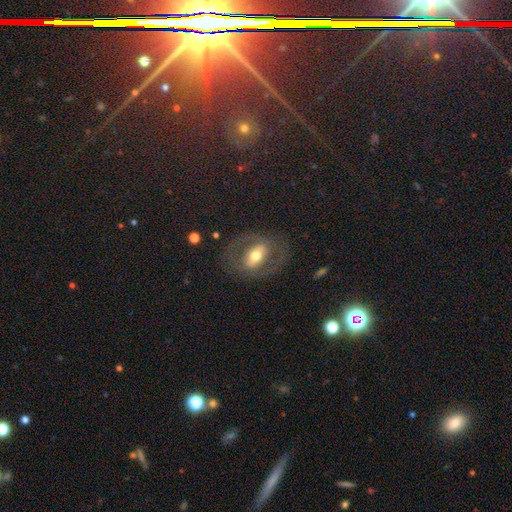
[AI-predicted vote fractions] smooth-or-featured: featured or disk: 60% | smooth: 33% | star or artifact: 7%
  disk-edge-on: no: 91% | yes: 9%
    bar: strong: 39% | no: 32% | weak: 30%
    has-spiral-arms: no: 62% | yes: 38%
    bulge-size: moderate: 67% | large: 19% | small: 12% | dominant: 2% | none: 1%
  merging: none: 72% | minor disturbance: 14% | major disturbance: 13% | merger: 1%